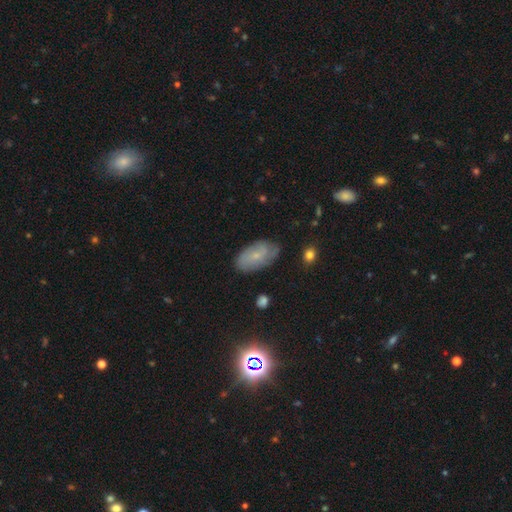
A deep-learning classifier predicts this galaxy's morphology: Smooth or featured? smooth (46%)
Merging? none (73%)